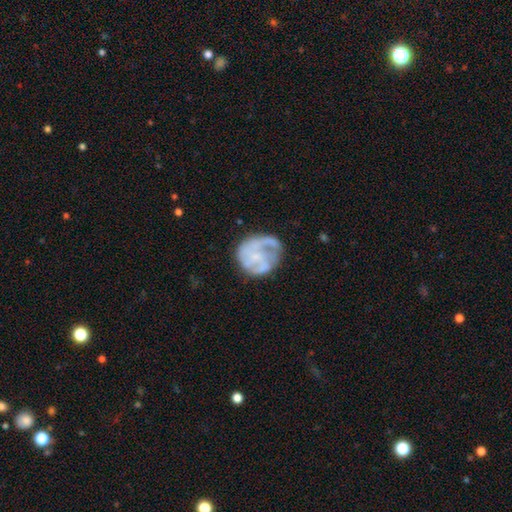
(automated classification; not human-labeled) Overall: featured or disk (65%; smooth 28%). Edge-on disk: no (98%). Bar: no (71%). Spiral arms: yes (69%; no 31%). Bulge size: none (40%, tied with small). Merging: none (54%; minor disturbance 22%).